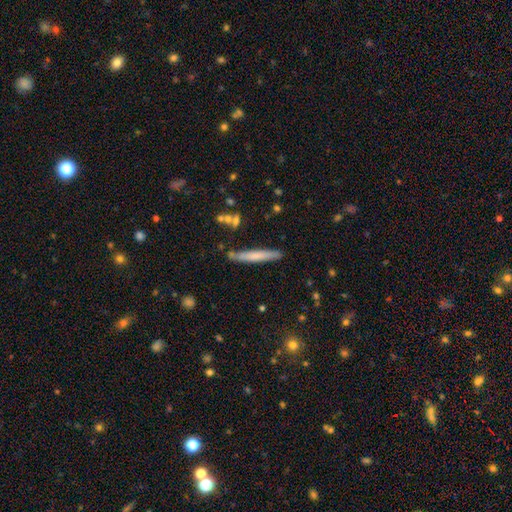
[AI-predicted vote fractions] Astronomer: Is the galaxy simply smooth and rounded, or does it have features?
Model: smooth — 65%.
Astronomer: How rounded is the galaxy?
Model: cigar-shaped — 95%.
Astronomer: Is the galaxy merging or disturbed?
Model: none — 84%.